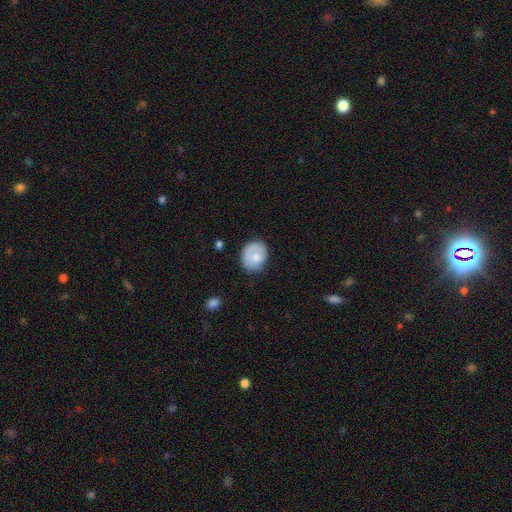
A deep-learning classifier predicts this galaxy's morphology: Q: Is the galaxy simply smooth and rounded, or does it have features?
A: smooth — 71%.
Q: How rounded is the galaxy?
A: round — 56%.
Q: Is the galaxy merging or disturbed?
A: none — 62%.